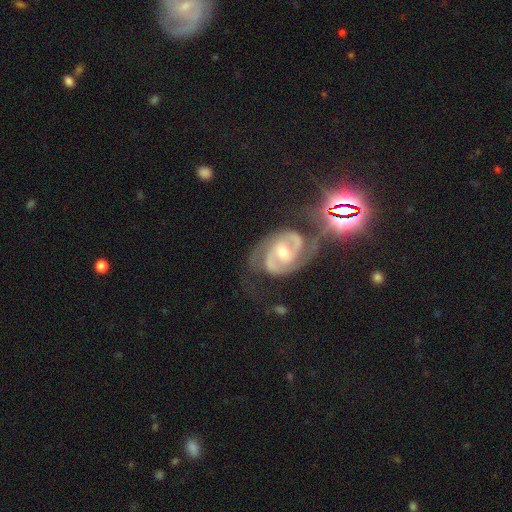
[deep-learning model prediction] smooth-or-featured: featured or disk: 80% | star or artifact: 14% | smooth: 6%
  disk-edge-on: no: 97% | yes: 3%
    bar: weak: 41% | no: 38% | strong: 21%
    has-spiral-arms: yes: 97% | no: 3%
      spiral-winding: tight: 48% | medium: 43% | loose: 9%
      spiral-arm-count: 2: 85% | can't tell: 5% | 3: 4% | 1: 2% | 4: 2% | more than 4: 2%
    bulge-size: moderate: 53% | small: 41% | large: 3% | none: 2% | dominant: 1%
  merging: none: 64% | minor disturbance: 18% | major disturbance: 12% | merger: 6%